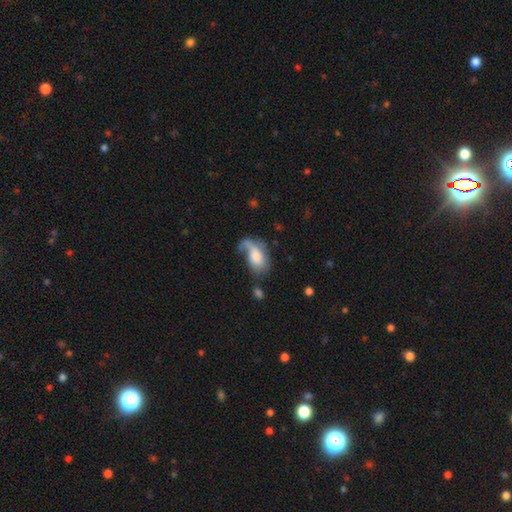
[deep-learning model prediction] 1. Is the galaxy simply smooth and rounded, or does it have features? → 54% smooth, 38% featured or disk, 8% star or artifact.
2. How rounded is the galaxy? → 88% in between, 8% round, 3% cigar-shaped.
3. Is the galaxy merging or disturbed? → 38% major disturbance, 29% none, 21% minor disturbance, 11% merger.